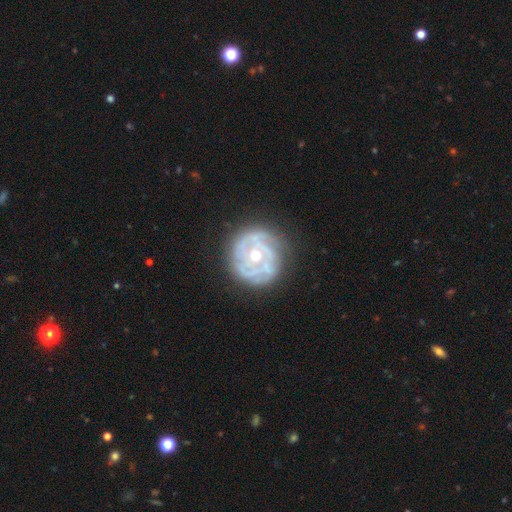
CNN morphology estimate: Smooth or featured? featured or disk (84%)
Edge-on disk? no (97%)
Bar? no (71%)
Spiral arms? yes (90%)
Spiral winding? tight (75%)
Spiral arm count? can't tell (34%)
Bulge size? moderate (66%)
Merging? none (77%)